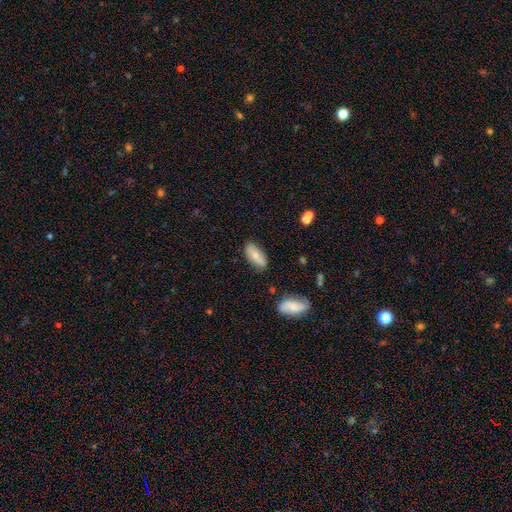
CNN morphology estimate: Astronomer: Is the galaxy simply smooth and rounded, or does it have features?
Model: smooth — 72%.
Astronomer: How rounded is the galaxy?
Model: in between — 85%.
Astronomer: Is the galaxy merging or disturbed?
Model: none — 78%.